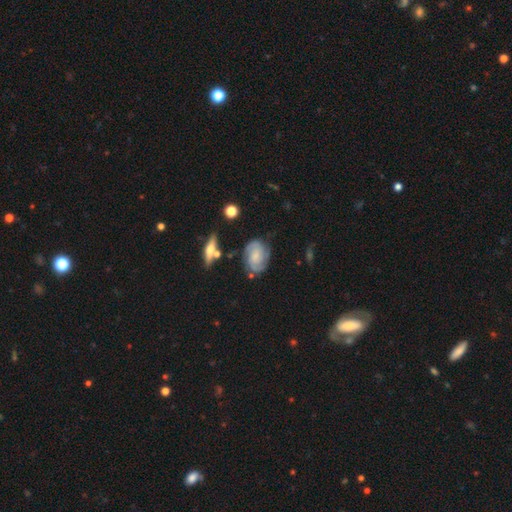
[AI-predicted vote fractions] smooth_or_featured: featured or disk (p=0.70) [alt: smooth p=0.22]
disk_edge_on: no (p=0.96) [alt: yes p=0.04]
bar: no (p=0.63) [alt: weak p=0.31]
has_spiral_arms: yes (p=0.94) [alt: no p=0.06]
spiral_winding: tight (p=0.48) [alt: medium p=0.39]
spiral_arm_count: 2 (p=0.60) [alt: can't tell p=0.18]
bulge_size: small (p=0.47) [alt: none p=0.23]
merging: none (p=0.72) [alt: minor disturbance p=0.18]